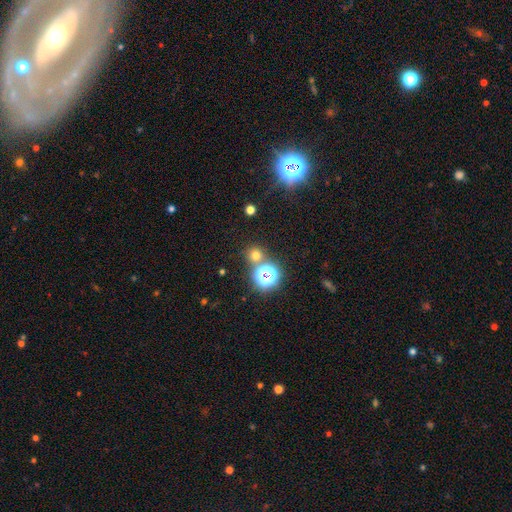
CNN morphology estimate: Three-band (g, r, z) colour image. It shows a smooth galaxy with no disk features (65%) that is round (92%). Merging: none (78%).